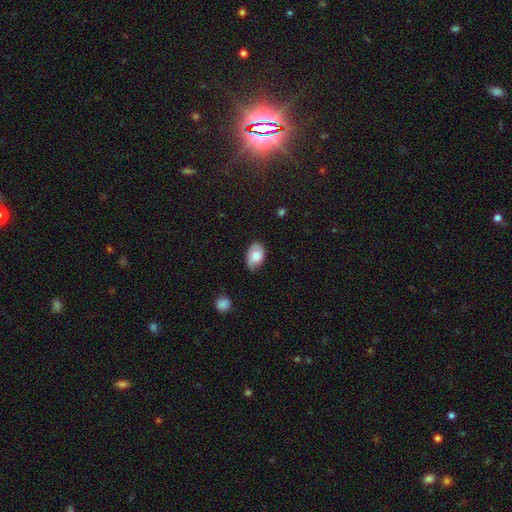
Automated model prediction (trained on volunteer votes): The model was most divided on "merging": none: 67%, minor disturbance: 27%, major disturbance: 4%, merger: 1%. More confident: how rounded — in between (89%); smooth or featured — smooth (81%).